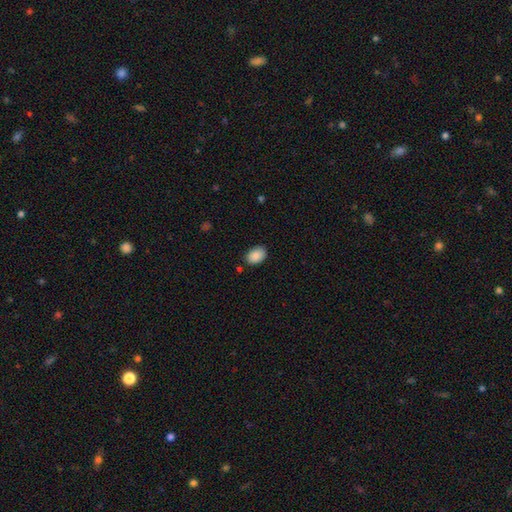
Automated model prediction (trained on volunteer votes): A smooth galaxy with no disk features (89%) that is in between round and cigar-shaped (83%). Merging: none (83%).